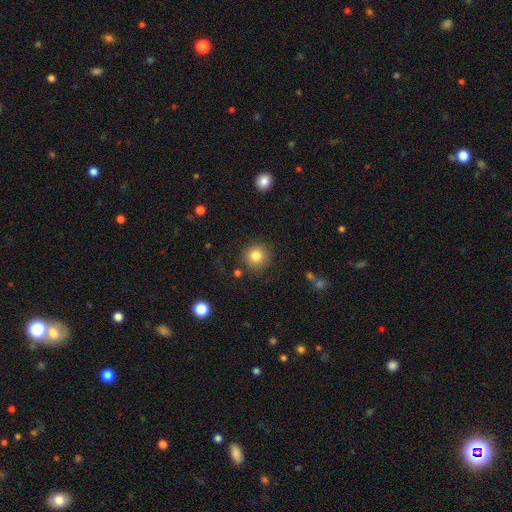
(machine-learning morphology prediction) Smooth or featured? smooth (82%)
How rounded? round (94%)
Merging? none (86%)